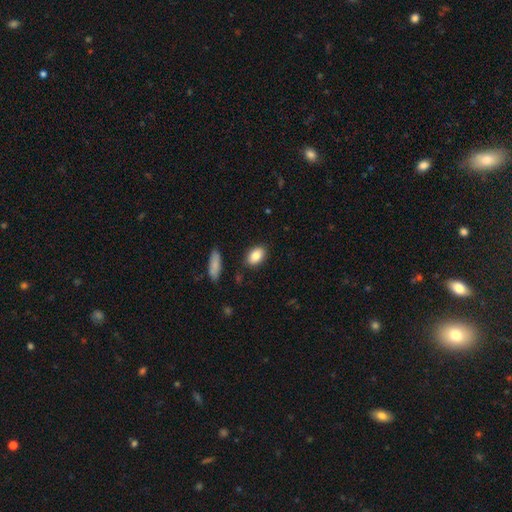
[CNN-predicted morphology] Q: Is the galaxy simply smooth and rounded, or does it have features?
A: smooth — 85%.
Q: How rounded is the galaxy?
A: in between — 88%.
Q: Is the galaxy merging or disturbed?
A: none — 86%.